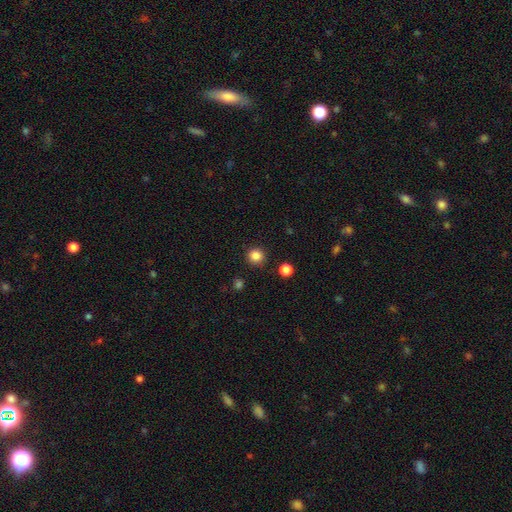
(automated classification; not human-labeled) A smooth galaxy with no disk features (85%) that is round (94%).

Vote fractions:
- Smooth or featured? smooth: 85% / star or artifact: 12% / featured or disk: 3%
- How rounded? round: 94% / in between: 5% / cigar-shaped: 1%
- Merging? none: 91% / minor disturbance: 5% / major disturbance: 2% / merger: 2%